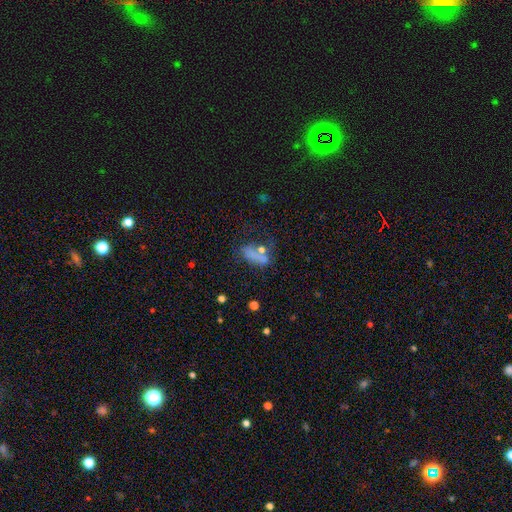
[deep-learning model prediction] Smooth or featured?
  - smooth: 59% *
  - featured or disk: 21%
  - star or artifact: 20%
How rounded?
  - in between: 62% *
  - cigar-shaped: 27%
  - round: 12%
Merging?
  - none: 48% *
  - minor disturbance: 19%
  - major disturbance: 17%
  - merger: 15%